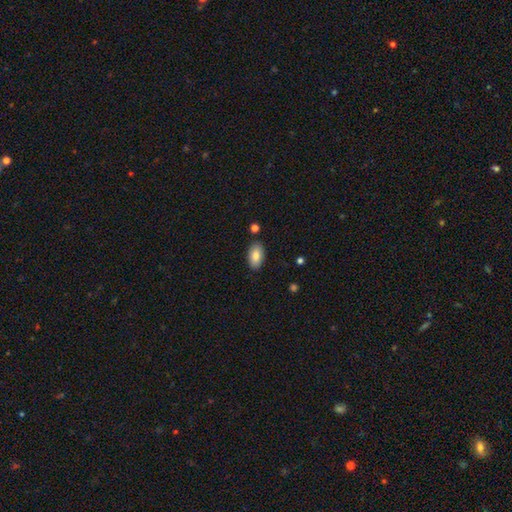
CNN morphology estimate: smooth 83%, featured or disk 10%, star or artifact 7%. Down the decision tree: how rounded — in between (94%); merging — none (86%).